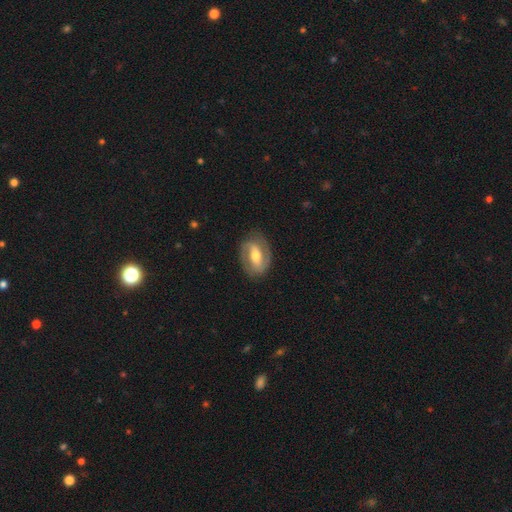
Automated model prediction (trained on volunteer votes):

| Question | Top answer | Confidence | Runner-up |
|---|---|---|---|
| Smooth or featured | featured or disk | 75% | smooth (20%) |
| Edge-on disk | no | 95% | yes (5%) |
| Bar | strong | 50% | weak (33%) |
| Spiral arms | yes | 82% | no (18%) |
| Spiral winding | medium | 45% | tight (35%) |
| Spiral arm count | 2 | 86% | can't tell (7%) |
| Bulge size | moderate | 65% | small (25%) |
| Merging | none | 81% | minor disturbance (13%) |